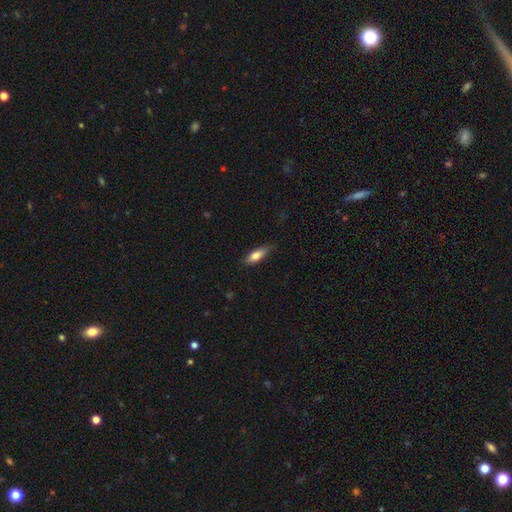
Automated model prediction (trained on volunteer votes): smooth-or-featured: smooth: 76% | featured or disk: 17% | star or artifact: 7%
  how-rounded: in between: 60% | cigar-shaped: 37% | round: 2%
  merging: none: 76% | minor disturbance: 19% | major disturbance: 3% | merger: 1%